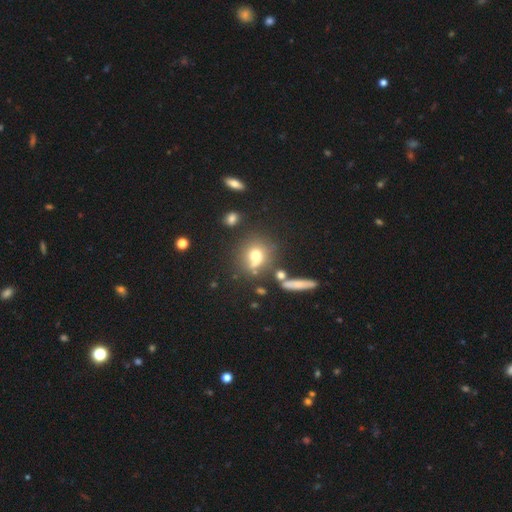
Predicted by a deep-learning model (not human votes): Overall: smooth (65%). How rounded: round (79%). Merging: none (56%; merger 18%).